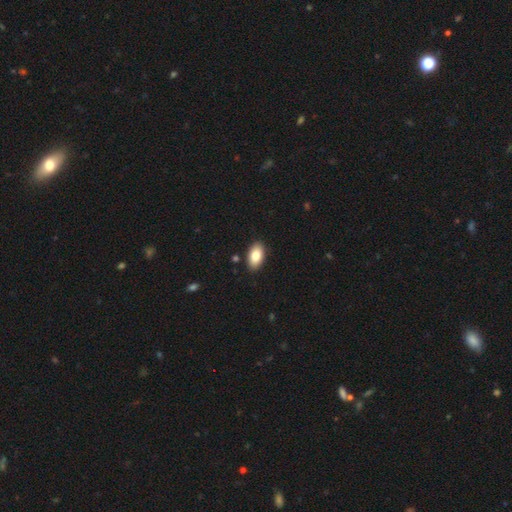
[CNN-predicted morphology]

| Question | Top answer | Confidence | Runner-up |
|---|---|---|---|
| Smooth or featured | smooth | 83% | featured or disk (10%) |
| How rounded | in between | 94% | round (4%) |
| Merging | none | 88% | minor disturbance (8%) |